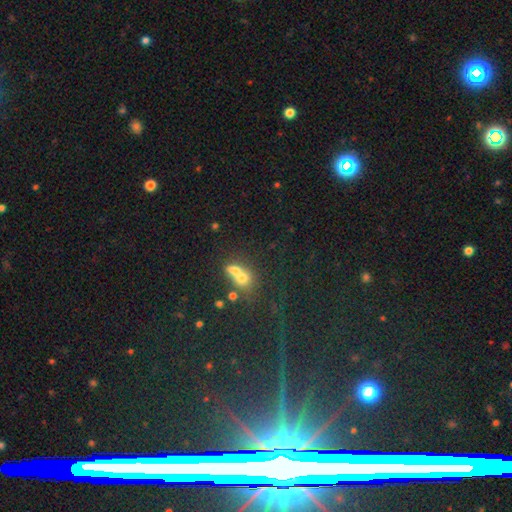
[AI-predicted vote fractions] Overall: star or artifact (65%).